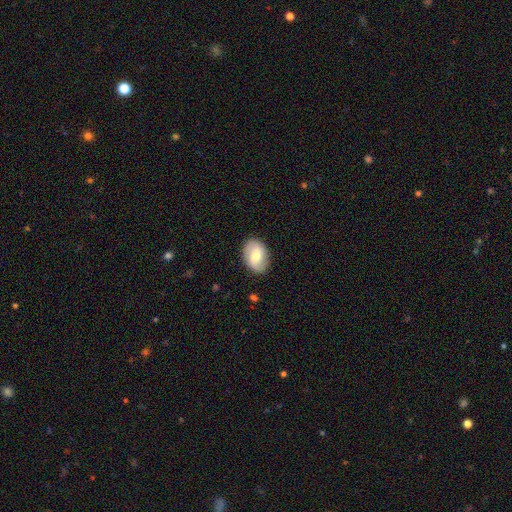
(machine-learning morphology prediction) This appears to be a featured or disk galaxy (49%). Merging: none (86%).